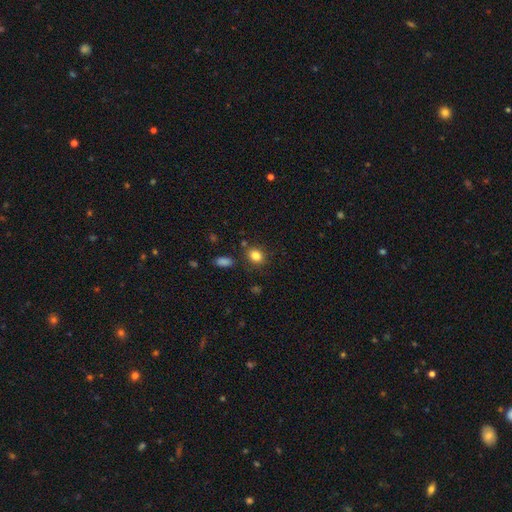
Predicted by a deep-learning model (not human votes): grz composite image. It shows a smooth galaxy with no disk features (84%) that is round (54%). Merging: none (79%).